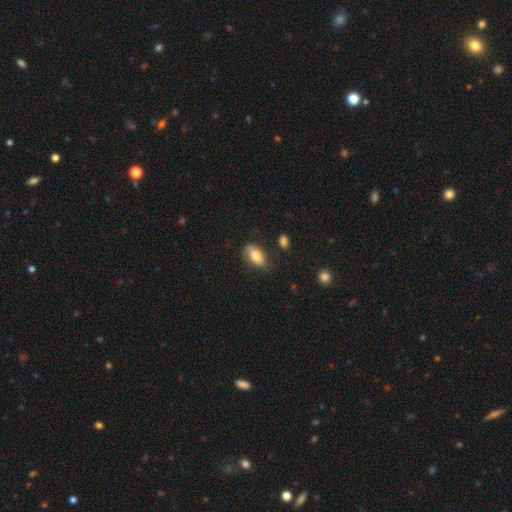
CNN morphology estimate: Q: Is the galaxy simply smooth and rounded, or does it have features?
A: smooth — 81%.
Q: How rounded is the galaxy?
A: in between — 92%.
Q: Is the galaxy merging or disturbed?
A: none — 72%.